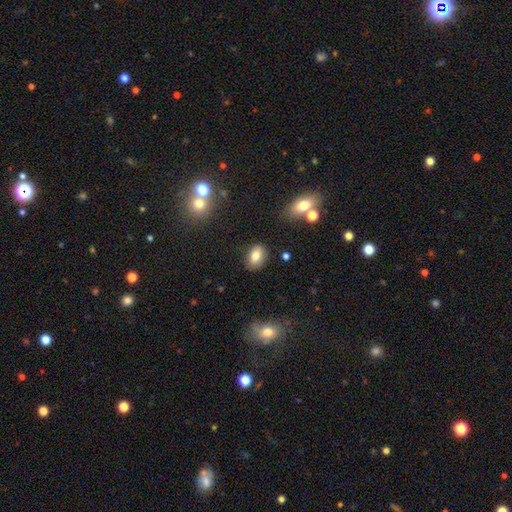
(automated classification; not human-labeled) This is clearly a smooth galaxy (80%). How rounded: likely in between (79%). Merging: clearly none (82%).